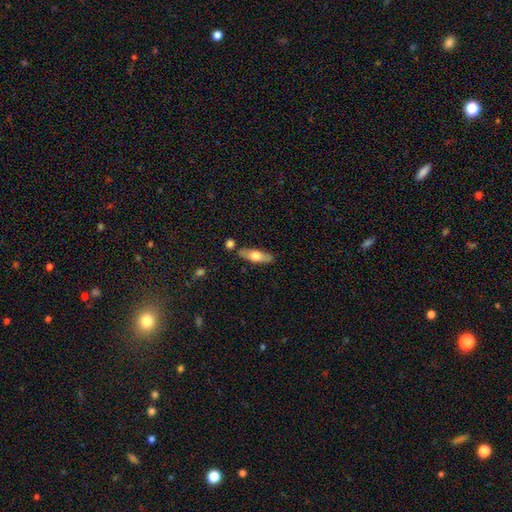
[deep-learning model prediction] smooth_or_featured: smooth (p=0.55) [alt: featured or disk p=0.40]
how_rounded: cigar-shaped (p=0.50) [alt: in between p=0.47]
merging: none (p=0.80) [alt: minor disturbance p=0.11]